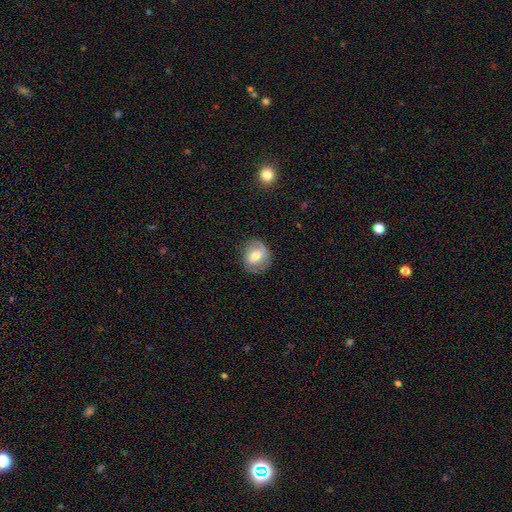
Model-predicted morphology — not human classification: type=smooth (52%); roundness=round (71%); merging=none (79%).